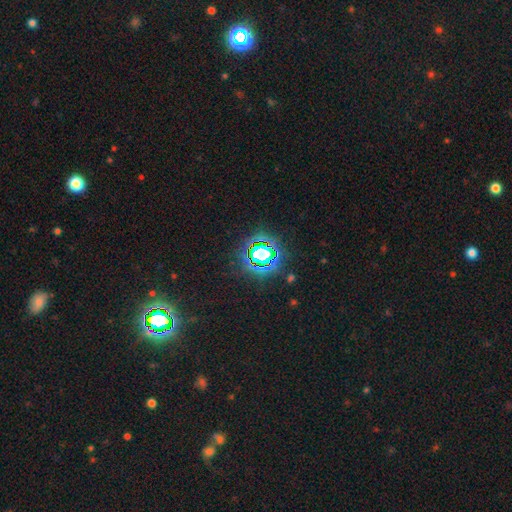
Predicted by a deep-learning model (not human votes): Smooth or featured? Predicted: star or artifact (p=0.83).